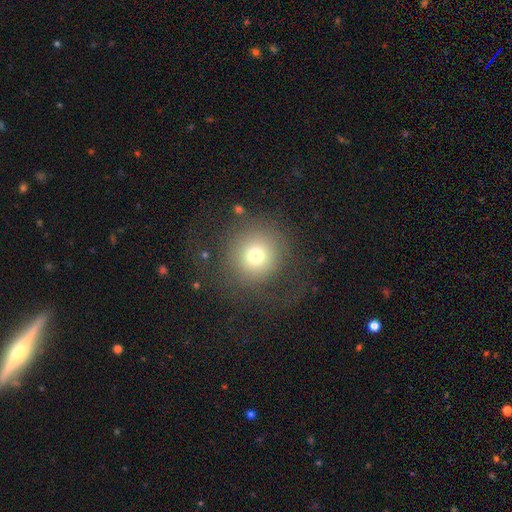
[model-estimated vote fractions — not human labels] Smooth or featured?
  - smooth: 71% *
  - featured or disk: 15%
  - star or artifact: 14%
How rounded?
  - round: 93% *
  - in between: 7%
  - cigar-shaped: 1%
Merging?
  - none: 66% *
  - major disturbance: 20%
  - minor disturbance: 13%
  - merger: 2%